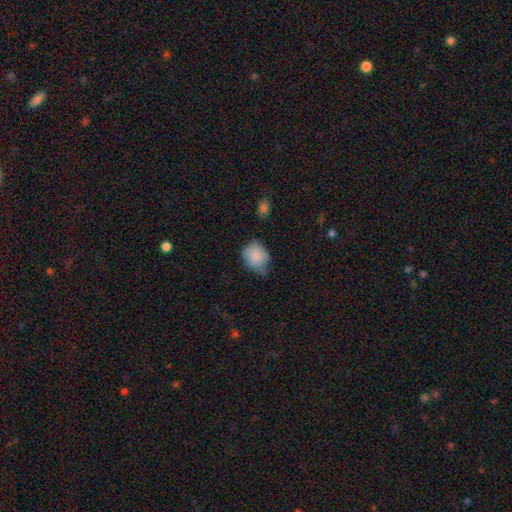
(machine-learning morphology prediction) Smooth or featured? smooth (82%)
How rounded? round (58%)
Merging? minor disturbance (43%, tied with none)